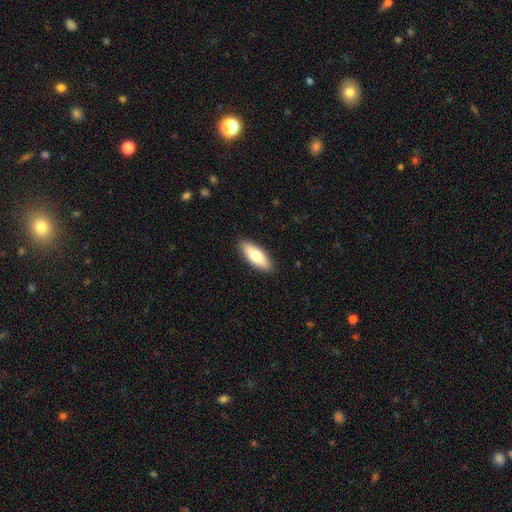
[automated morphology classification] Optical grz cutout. It shows a smooth galaxy with no disk features (74%) that is in between round and cigar-shaped (71%). Merging: none (89%).